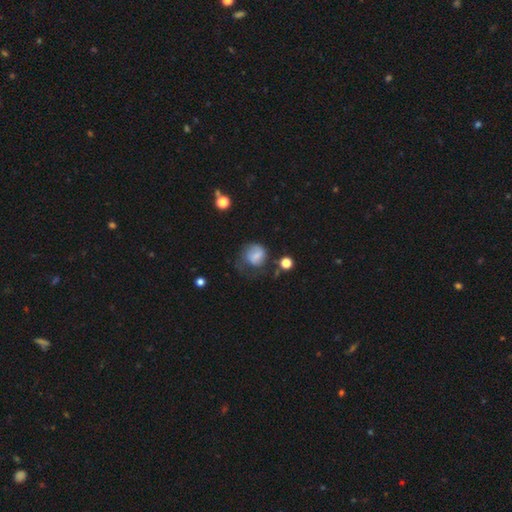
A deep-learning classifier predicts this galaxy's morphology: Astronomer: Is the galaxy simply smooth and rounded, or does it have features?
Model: smooth — 66%.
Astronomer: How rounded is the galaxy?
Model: round — 71%.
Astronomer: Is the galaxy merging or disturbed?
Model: none — 38% (runner-up: major disturbance, 31%).